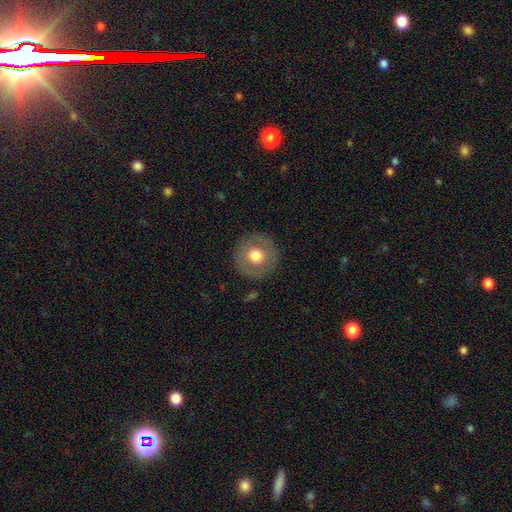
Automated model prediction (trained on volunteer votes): A smooth galaxy with no disk features (63%) that is round (96%). Merging: none (88%).